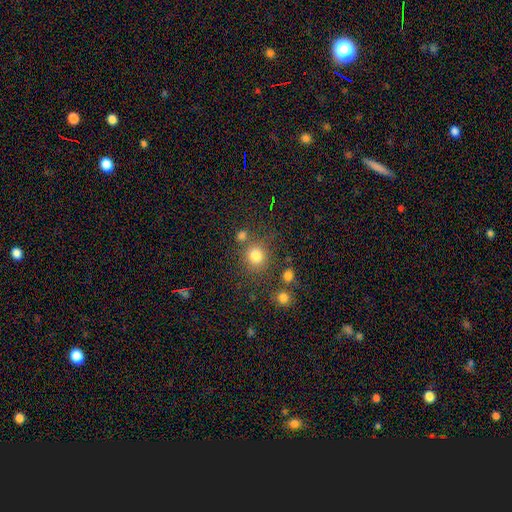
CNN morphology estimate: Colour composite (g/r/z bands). It shows a smooth galaxy with no disk features (79%) that is round (87%). Merging: none (74%).